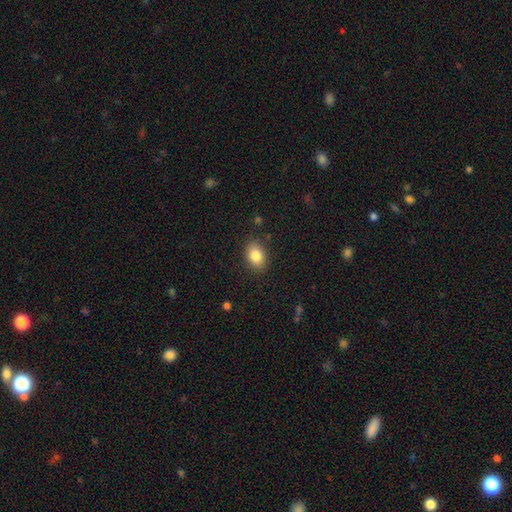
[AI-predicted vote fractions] Smooth or featured? smooth (84%)
How rounded? in between (81%)
Merging? none (86%)